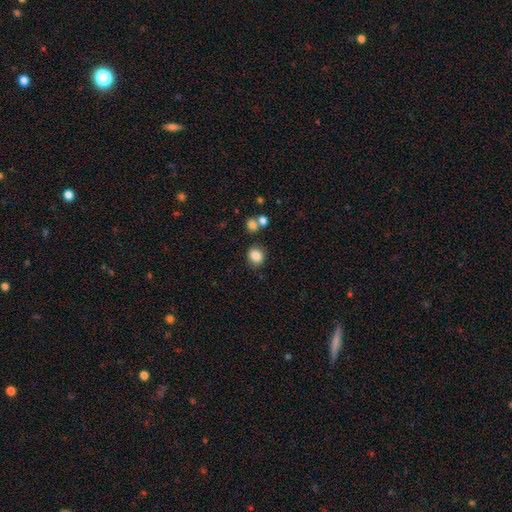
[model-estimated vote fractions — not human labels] Overall: smooth (85%). How rounded: round (66%; in between 33%). Merging: none (78%).